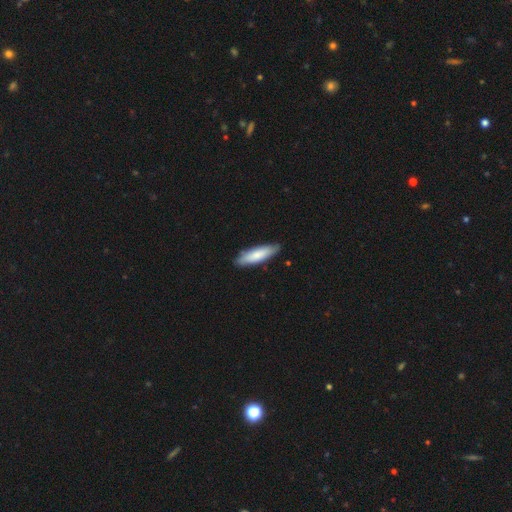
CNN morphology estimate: This appears to be a smooth galaxy with no disk features (76%) that is cigar-shaped (61%). Merging: none (84%).